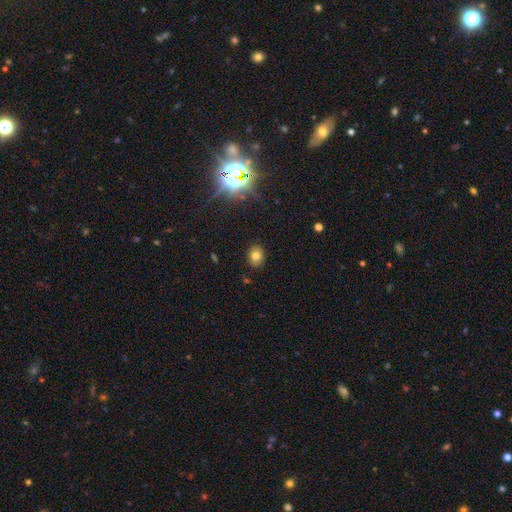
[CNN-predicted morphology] A smooth galaxy with no disk features (75%) that is in between round and cigar-shaped (52%).

Vote fractions:
- Smooth or featured? smooth: 75% / star or artifact: 16% / featured or disk: 9%
- How rounded? in between: 52% / round: 47% / cigar-shaped: 1%
- Merging? none: 88% / minor disturbance: 8% / major disturbance: 2% / merger: 1%